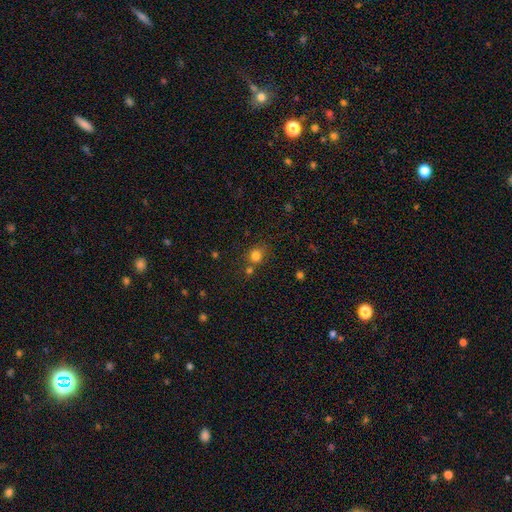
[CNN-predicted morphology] Smooth or featured? Predicted: smooth (p=0.80). How rounded? Predicted: round (p=0.83). Merging? Predicted: none (p=0.63).